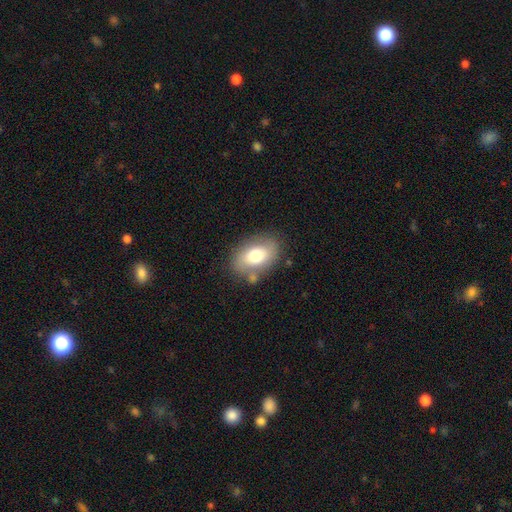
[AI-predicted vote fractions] Smooth or featured? Predicted: smooth (p=0.70). How rounded? Predicted: in between (p=0.86). Merging? Predicted: none (p=0.74).